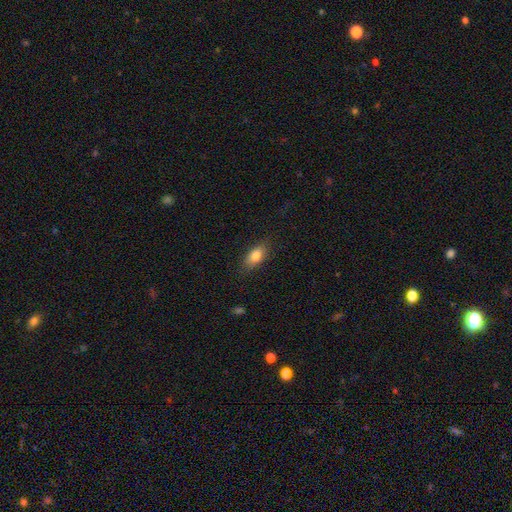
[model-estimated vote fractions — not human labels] Smooth or featured?
  - smooth: 80% *
  - featured or disk: 12%
  - star or artifact: 8%
How rounded?
  - in between: 84% *
  - cigar-shaped: 10%
  - round: 5%
Merging?
  - none: 82% *
  - minor disturbance: 13%
  - major disturbance: 3%
  - merger: 1%